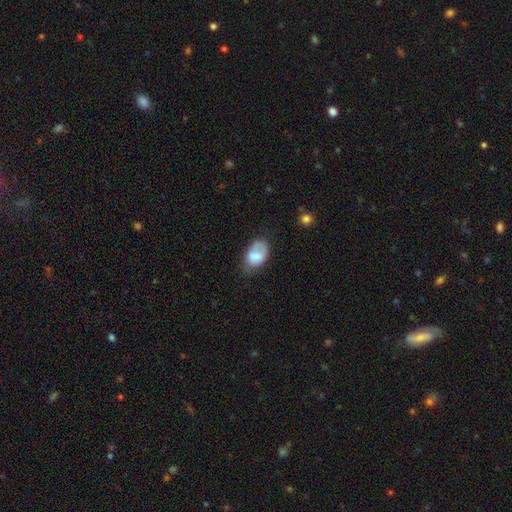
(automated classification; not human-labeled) The model was most divided on "merging": none: 49%, minor disturbance: 33%, major disturbance: 13%, merger: 5%. More confident: how rounded — in between (87%); smooth or featured — smooth (76%).